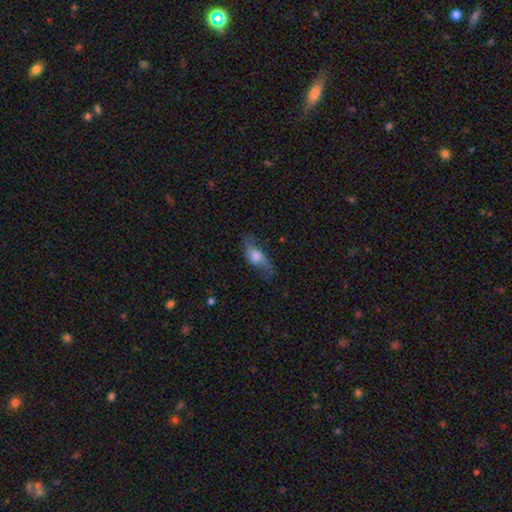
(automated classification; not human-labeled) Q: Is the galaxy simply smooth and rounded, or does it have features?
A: featured or disk — 53%.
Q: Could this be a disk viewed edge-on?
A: no — 75%.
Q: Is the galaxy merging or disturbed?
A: none — 68%.